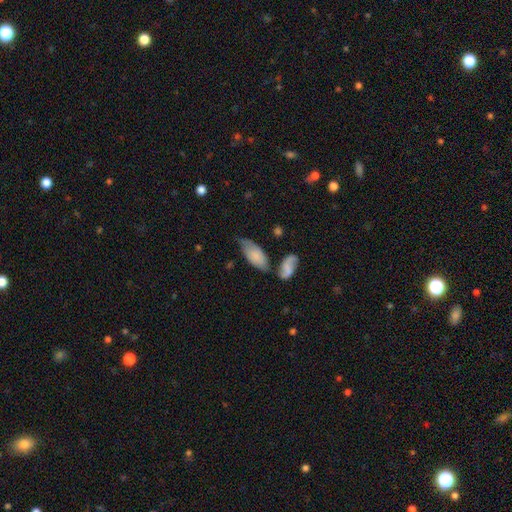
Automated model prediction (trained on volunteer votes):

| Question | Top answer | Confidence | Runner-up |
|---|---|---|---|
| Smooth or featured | smooth | 71% | featured or disk (23%) |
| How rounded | in between | 89% | cigar-shaped (9%) |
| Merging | none | 42% | minor disturbance (33%) |